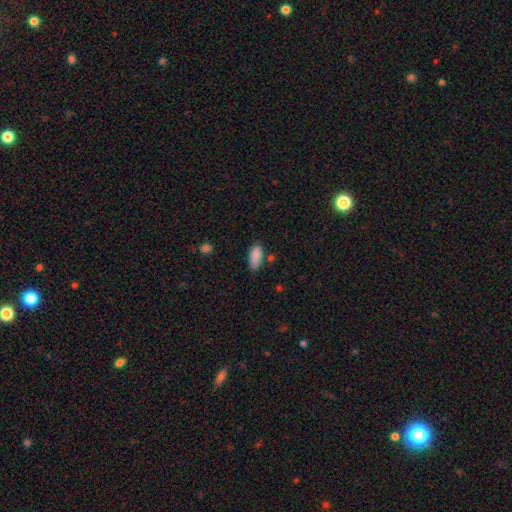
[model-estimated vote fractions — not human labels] Smooth or featured: smooth — 88% (star or artifact — 8%)
How rounded: in between — 87% (cigar-shaped — 11%)
Merging: none — 67% (minor disturbance — 24%)